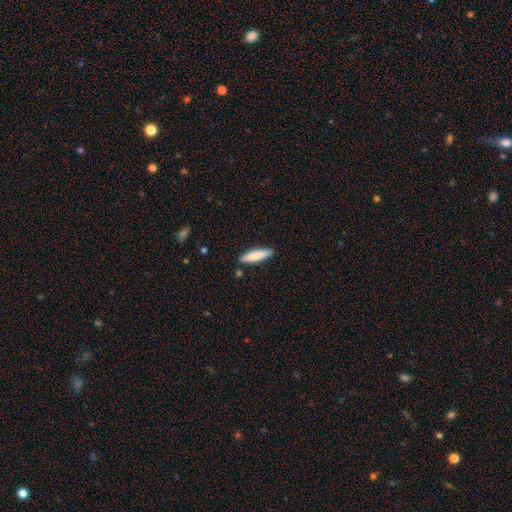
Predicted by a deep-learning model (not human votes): This is clearly a smooth galaxy (81%). How rounded: likely cigar-shaped (80%). Merging: clearly none (88%).